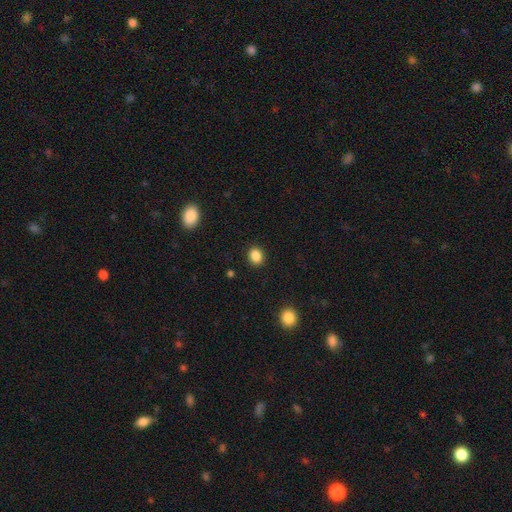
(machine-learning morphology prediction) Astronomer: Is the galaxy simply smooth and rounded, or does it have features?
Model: smooth — 87%.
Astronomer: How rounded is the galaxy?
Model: round — 57% (runner-up: in between, 43%).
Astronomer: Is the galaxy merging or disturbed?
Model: none — 90%.